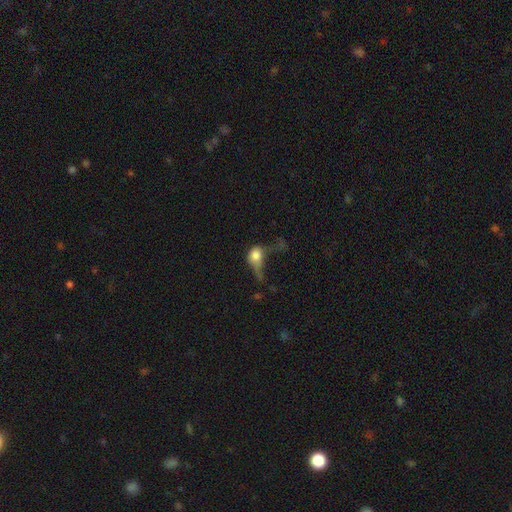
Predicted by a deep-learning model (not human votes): Morphology: type=smooth (65%); roundness=in between (51%); merging=major disturbance (57%).